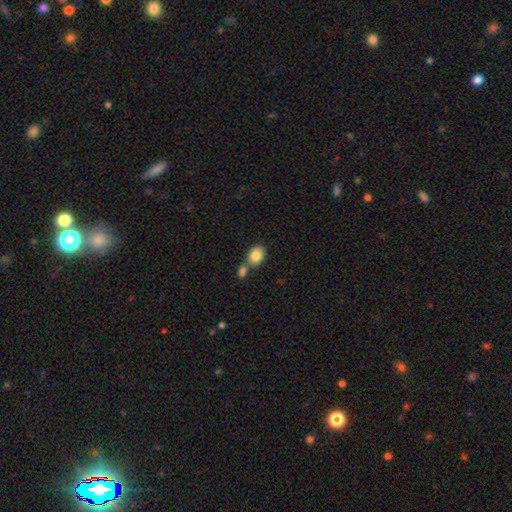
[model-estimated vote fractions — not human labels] Smooth or featured?
  - smooth: 84% *
  - featured or disk: 8%
  - star or artifact: 8%
How rounded?
  - in between: 70% *
  - round: 29%
  - cigar-shaped: 1%
Merging?
  - none: 48% *
  - merger: 39%
  - minor disturbance: 10%
  - major disturbance: 3%